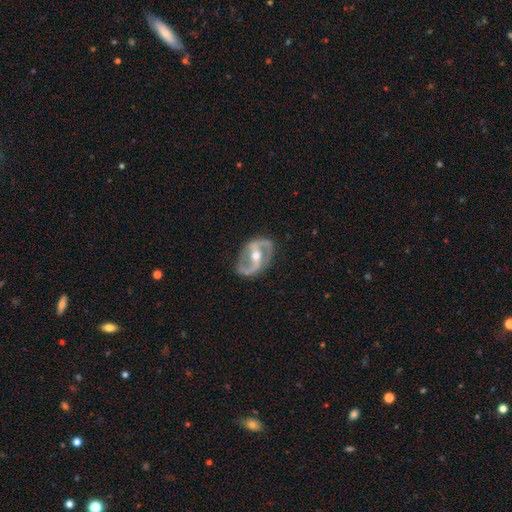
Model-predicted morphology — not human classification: Smooth or featured?
  - featured or disk: 90% *
  - smooth: 6%
  - star or artifact: 4%
Edge-on disk?
  - no: 96% *
  - yes: 4%
Bar?
  - strong: 47% *
  - weak: 35%
  - no: 19%
Spiral arms?
  - yes: 93% *
  - no: 7%
Spiral winding?
  - medium: 49% *
  - loose: 33%
  - tight: 18%
Spiral arm count?
  - 2: 92% *
  - can't tell: 3%
  - 1: 2%
  - 3: 1%
  - 4: 1%
  - more than 4: 1%
Bulge size?
  - moderate: 73% *
  - small: 19%
  - large: 5%
  - none: 1%
  - dominant: 1%
Merging?
  - none: 82% *
  - minor disturbance: 12%
  - major disturbance: 4%
  - merger: 1%